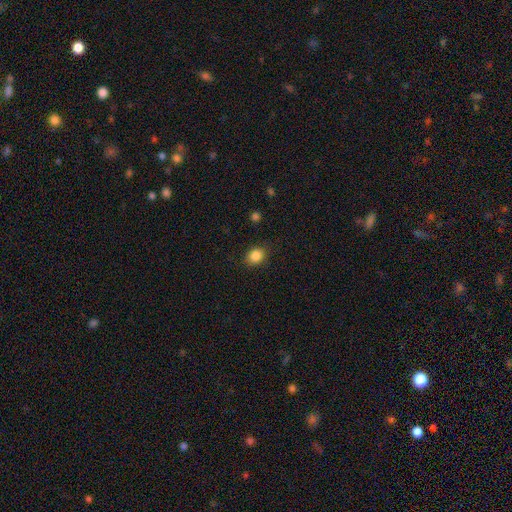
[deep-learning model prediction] A smooth galaxy with no disk features (86%) that is round (52%).

Vote fractions:
- Smooth or featured? smooth: 86% / star or artifact: 10% / featured or disk: 4%
- How rounded? round: 52% / in between: 47% / cigar-shaped: 1%
- Merging? none: 87% / minor disturbance: 9% / major disturbance: 3% / merger: 1%